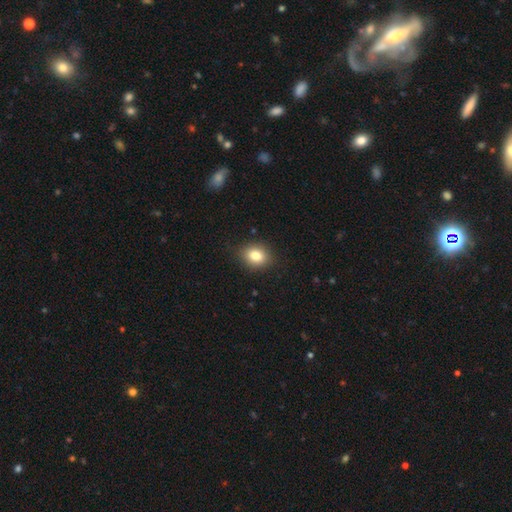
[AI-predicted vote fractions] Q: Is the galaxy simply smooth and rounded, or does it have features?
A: smooth — 82%.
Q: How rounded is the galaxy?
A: in between — 50%.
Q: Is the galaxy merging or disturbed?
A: none — 86%.